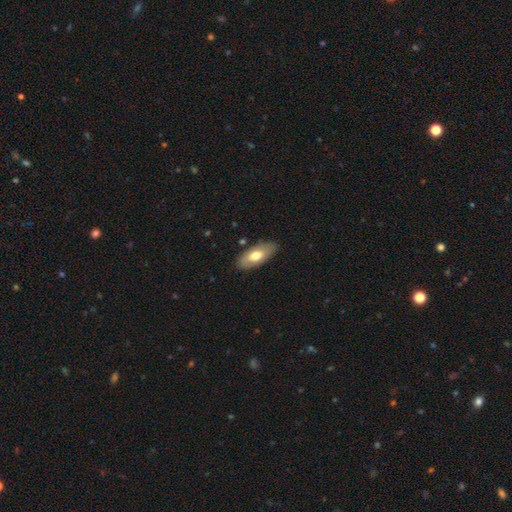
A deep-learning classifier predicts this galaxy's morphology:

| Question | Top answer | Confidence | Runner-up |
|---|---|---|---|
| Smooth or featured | smooth | 66% | featured or disk (28%) |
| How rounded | in between | 90% | cigar-shaped (7%) |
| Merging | none | 84% | minor disturbance (12%) |